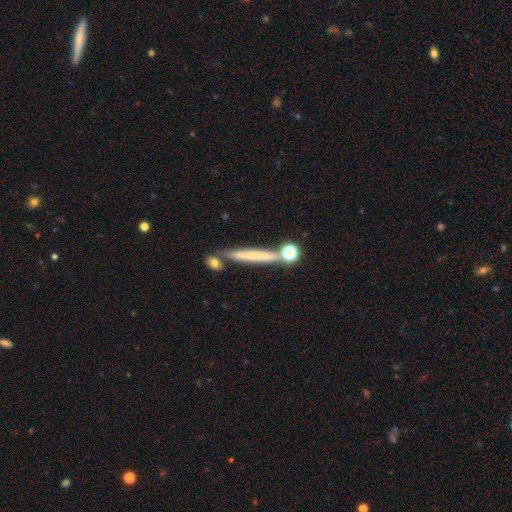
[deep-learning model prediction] The model was most divided on "smooth or featured": smooth: 55%, featured or disk: 35%, star or artifact: 10%. More confident: how rounded — cigar-shaped (91%); merging — none (72%).